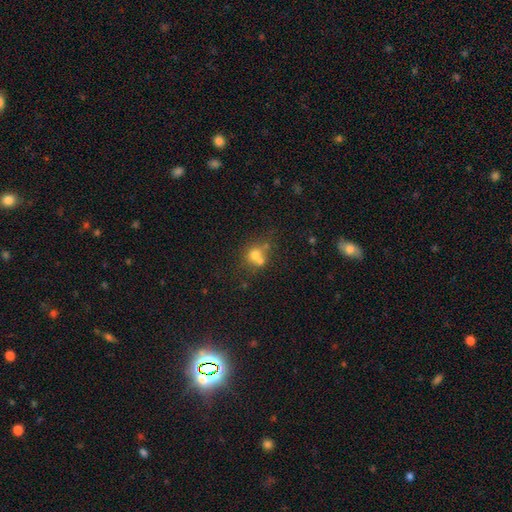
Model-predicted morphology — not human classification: A smooth galaxy with no disk features (66%) that is round (79%).

Vote fractions:
- Smooth or featured? smooth: 66% / featured or disk: 18% / star or artifact: 15%
- How rounded? round: 79% / in between: 20% / cigar-shaped: 1%
- Merging? merger: 47% / none: 38% / minor disturbance: 9% / major disturbance: 5%